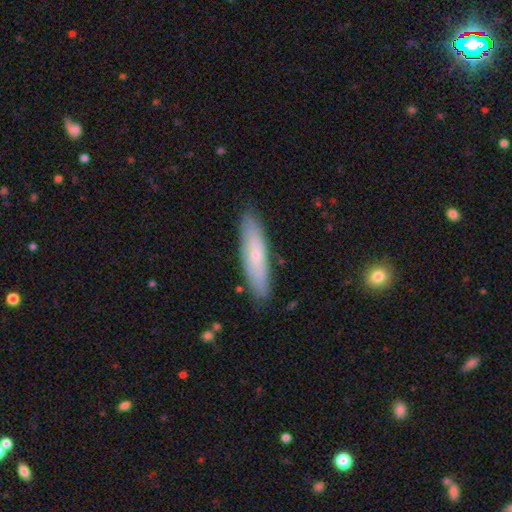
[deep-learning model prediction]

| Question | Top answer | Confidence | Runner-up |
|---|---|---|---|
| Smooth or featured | smooth | 53% | featured or disk (41%) |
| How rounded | cigar-shaped | 76% | in between (22%) |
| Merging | none | 86% | minor disturbance (11%) |